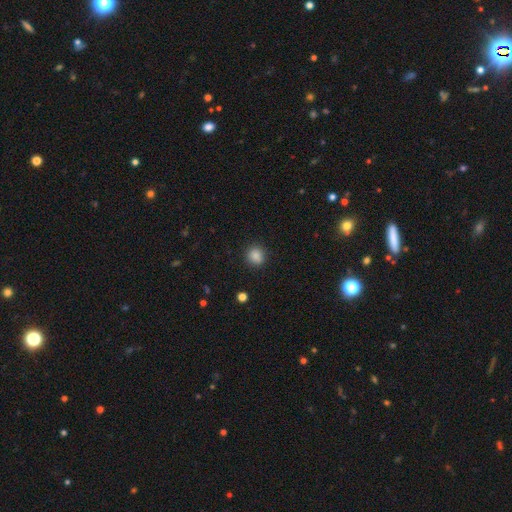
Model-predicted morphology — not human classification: Smooth or featured? Predicted: smooth (p=0.85). How rounded? Predicted: round (p=0.86). Merging? Predicted: none (p=0.87).